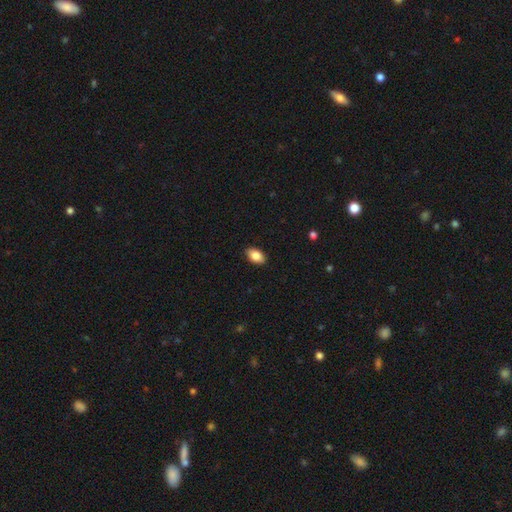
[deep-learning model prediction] This is clearly a smooth galaxy (85%). How rounded: clearly in between (91%). Merging: clearly none (89%).